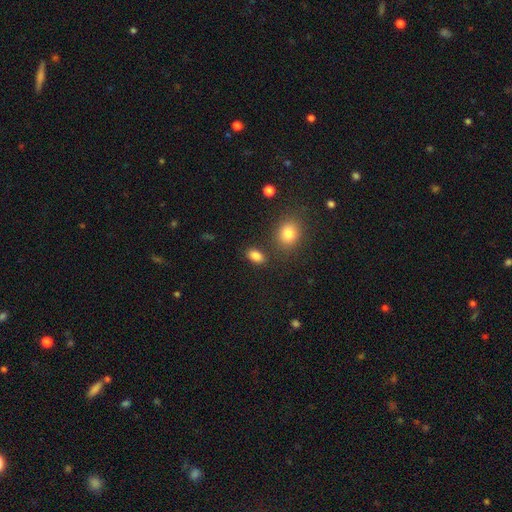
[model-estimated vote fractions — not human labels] smooth-or-featured: smooth: 85% | star or artifact: 10% | featured or disk: 5%
  how-rounded: in between: 86% | round: 12% | cigar-shaped: 2%
  merging: none: 81% | minor disturbance: 10% | merger: 6% | major disturbance: 3%